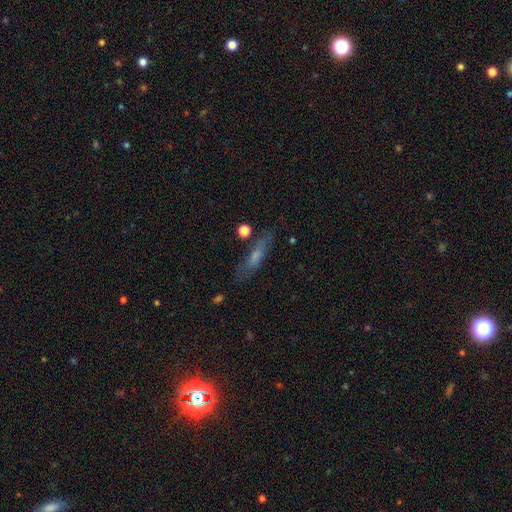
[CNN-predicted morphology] Smooth or featured?
  - smooth: 52% *
  - featured or disk: 37%
  - star or artifact: 11%
How rounded?
  - cigar-shaped: 75% *
  - in between: 22%
  - round: 3%
Merging?
  - none: 73% *
  - minor disturbance: 17%
  - major disturbance: 6%
  - merger: 4%